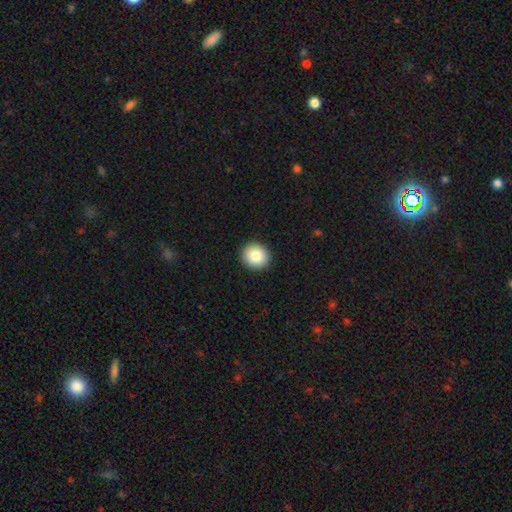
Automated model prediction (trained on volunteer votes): smooth 84%, star or artifact 9%, featured or disk 7%. Down the decision tree: how rounded — round (90%); merging — none (92%).